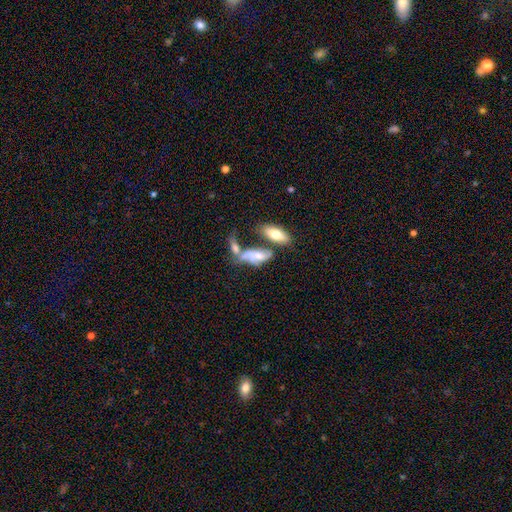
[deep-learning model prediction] smooth-or-featured: smooth: 47% | featured or disk: 45% | star or artifact: 8%
  merging: merger: 42% | none: 28% | minor disturbance: 16% | major disturbance: 14%